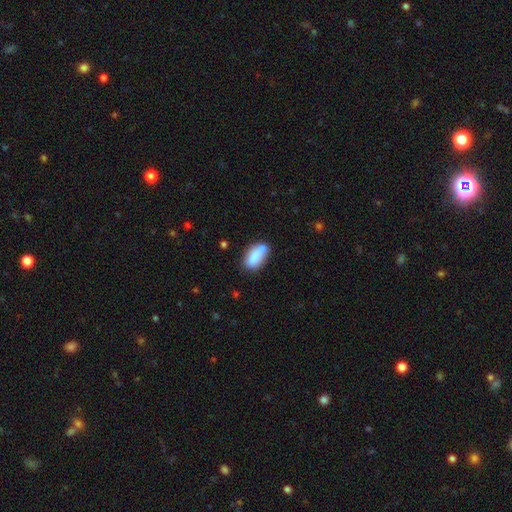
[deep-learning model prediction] Smooth or featured: smooth — 81% (featured or disk — 11%)
How rounded: in between — 86% (cigar-shaped — 11%)
Merging: none — 61% (minor disturbance — 21%)